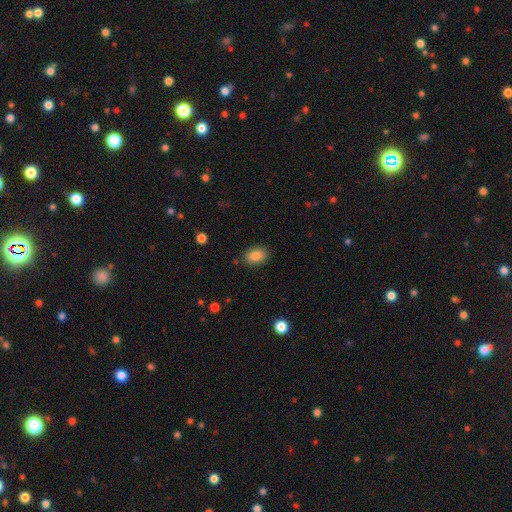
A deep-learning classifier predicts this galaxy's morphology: Q: Smooth or featured?
A: smooth (85%); runner-up: star or artifact (8%)
Q: How rounded?
A: in between (84%); runner-up: round (14%)
Q: Merging?
A: none (84%); runner-up: minor disturbance (11%)